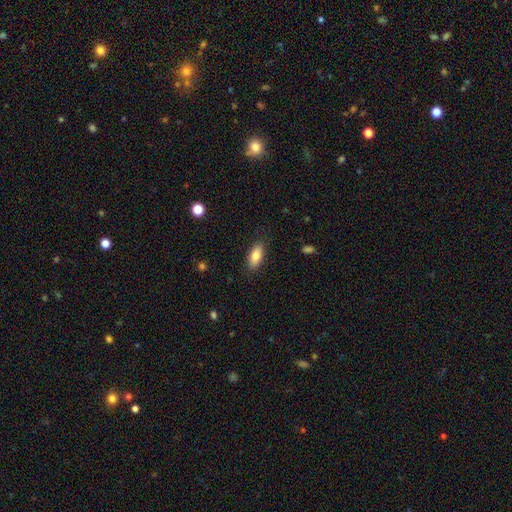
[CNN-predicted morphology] This appears to be a smooth galaxy with no disk features (80%) that is in between round and cigar-shaped (84%). Merging: none (86%).